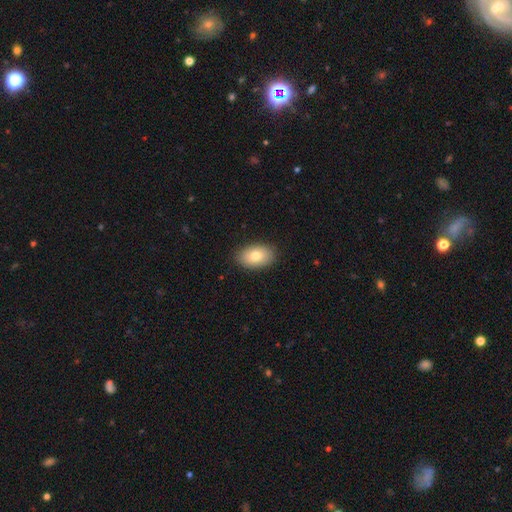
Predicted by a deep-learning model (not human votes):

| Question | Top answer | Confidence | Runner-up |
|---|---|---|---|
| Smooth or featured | smooth | 78% | featured or disk (15%) |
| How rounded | in between | 89% | round (10%) |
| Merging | none | 88% | minor disturbance (9%) |